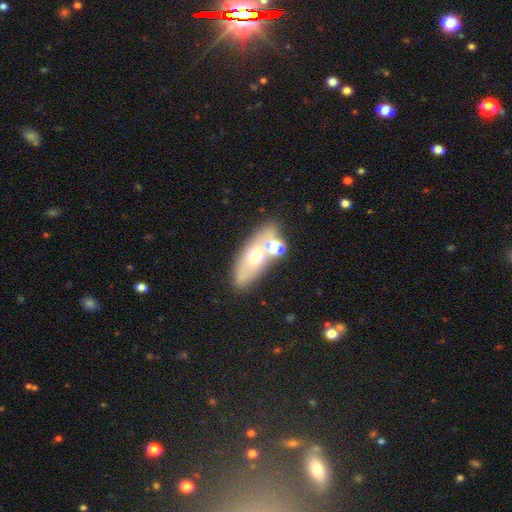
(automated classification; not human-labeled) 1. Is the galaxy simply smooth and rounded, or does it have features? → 51% smooth, 37% featured or disk, 12% star or artifact.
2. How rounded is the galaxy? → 68% in between, 20% cigar-shaped, 11% round.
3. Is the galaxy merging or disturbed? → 54% none, 26% merger, 13% minor disturbance, 6% major disturbance.